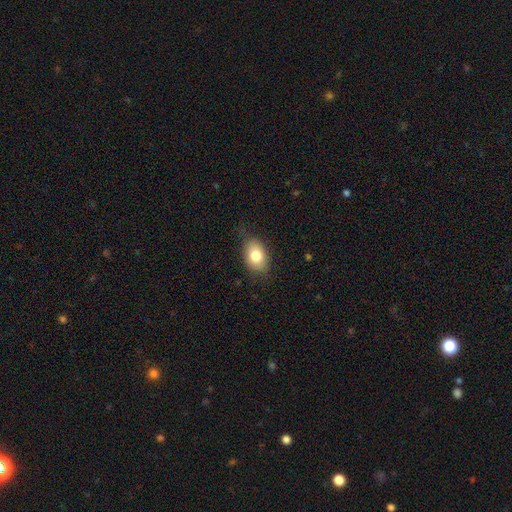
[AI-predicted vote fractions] smooth-or-featured: smooth: 80% | featured or disk: 12% | star or artifact: 8%
  how-rounded: in between: 81% | round: 18% | cigar-shaped: 1%
  merging: none: 77% | minor disturbance: 17% | major disturbance: 4% | merger: 1%